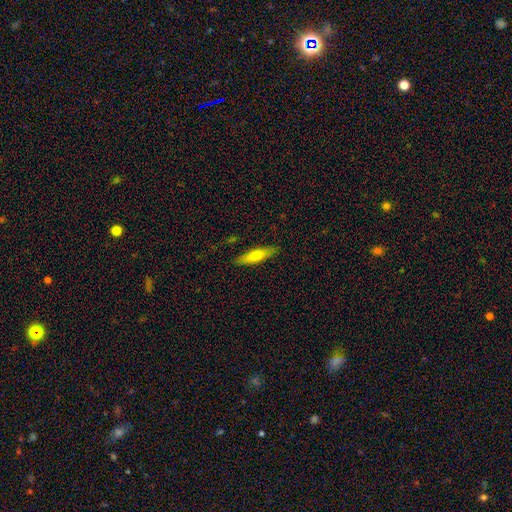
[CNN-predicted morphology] smooth_or_featured: smooth (p=0.63) [alt: featured or disk p=0.31]
how_rounded: cigar-shaped (p=0.70) [alt: in between p=0.28]
merging: none (p=0.87) [alt: minor disturbance p=0.10]